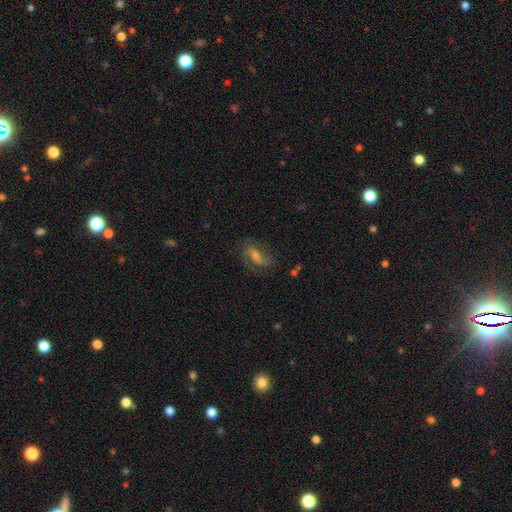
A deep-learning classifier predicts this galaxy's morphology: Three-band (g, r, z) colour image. It shows a featured or disk galaxy (72%) with a weak bar (46%), 2 (77%) medium (44%) spiral arms (93%) and a moderate central bulge (44%). Merging: none (71%).